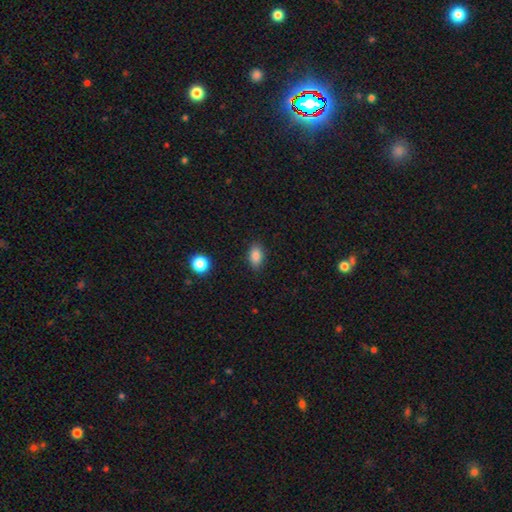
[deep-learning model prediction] The model was most divided on "smooth or featured": smooth: 86%, star or artifact: 9%, featured or disk: 5%. More confident: how rounded — in between (87%); merging — none (86%).